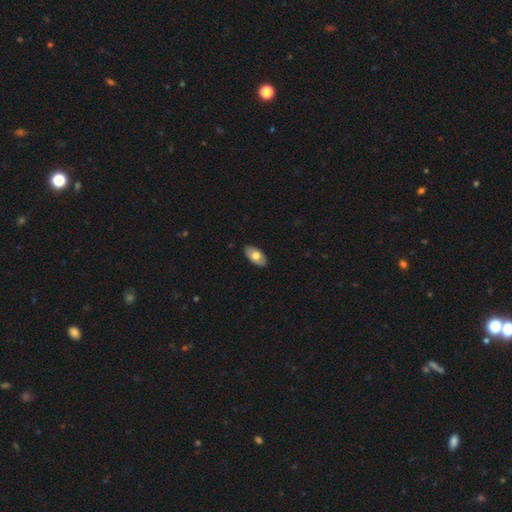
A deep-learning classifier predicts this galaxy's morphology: A smooth galaxy with no disk features (66%) that is in between round and cigar-shaped (94%).

Vote fractions:
- Smooth or featured? smooth: 66% / featured or disk: 28% / star or artifact: 6%
- How rounded? in between: 94% / round: 3% / cigar-shaped: 3%
- Merging? none: 87% / minor disturbance: 10% / major disturbance: 2% / merger: 1%